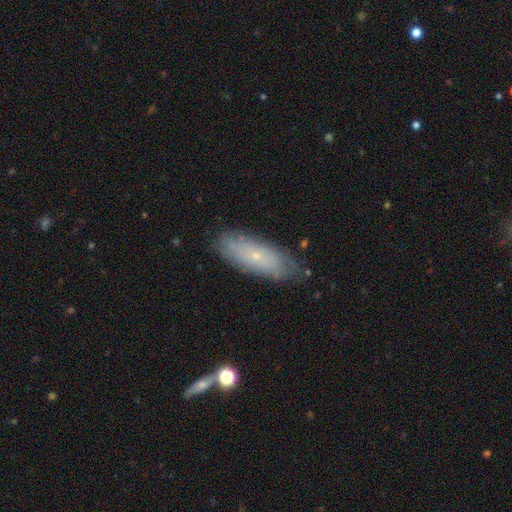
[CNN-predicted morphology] type=smooth (48%); merging=none (78%).